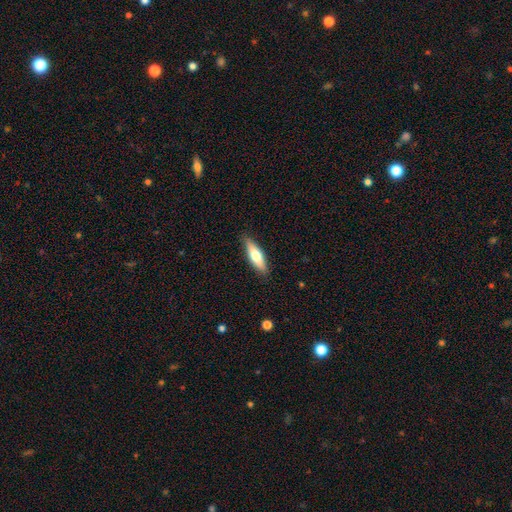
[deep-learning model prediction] Smooth or featured? Predicted: smooth (p=0.61). How rounded? Predicted: cigar-shaped (p=0.54). Merging? Predicted: none (p=0.87).